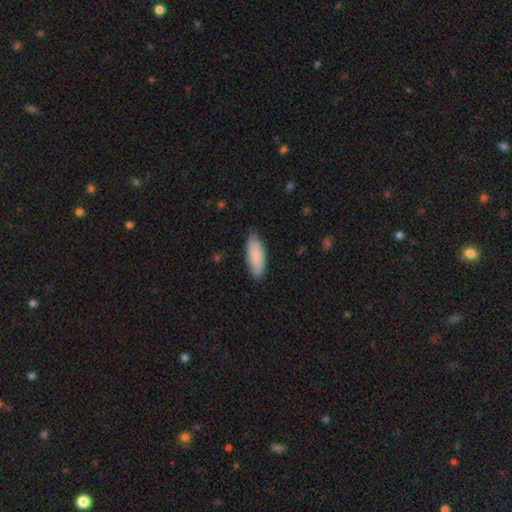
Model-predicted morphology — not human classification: smooth-or-featured: smooth: 87% | featured or disk: 7% | star or artifact: 5%
  how-rounded: in between: 67% | cigar-shaped: 31% | round: 2%
  merging: none: 82% | minor disturbance: 15% | major disturbance: 2% | merger: 1%